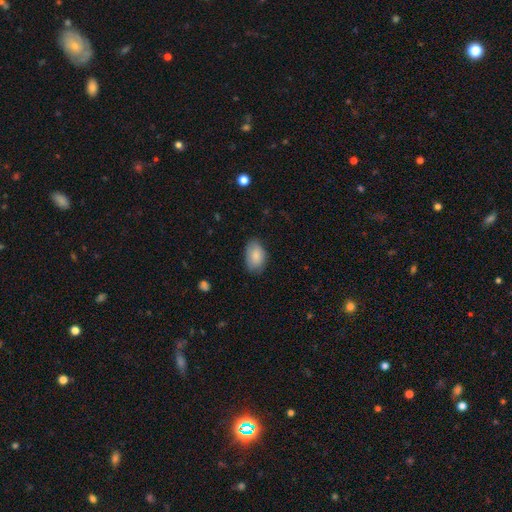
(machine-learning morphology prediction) Smooth or featured? Predicted: smooth (p=0.86). How rounded? Predicted: in between (p=0.92). Merging? Predicted: none (p=0.77).